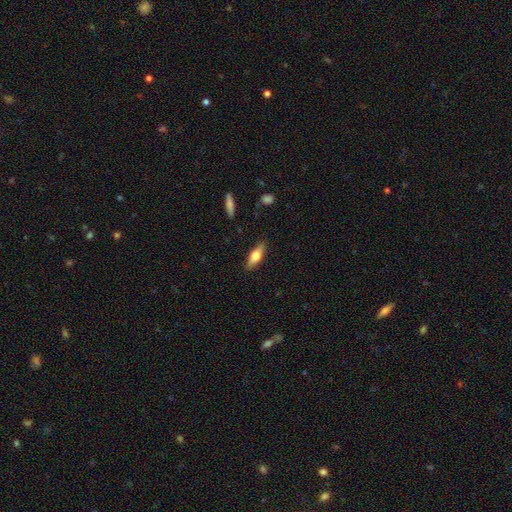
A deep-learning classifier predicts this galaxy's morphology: smooth-or-featured: smooth: 60% | featured or disk: 34% | star or artifact: 6%
  how-rounded: in between: 56% | cigar-shaped: 41% | round: 3%
  merging: none: 87% | minor disturbance: 10% | major disturbance: 2% | merger: 1%